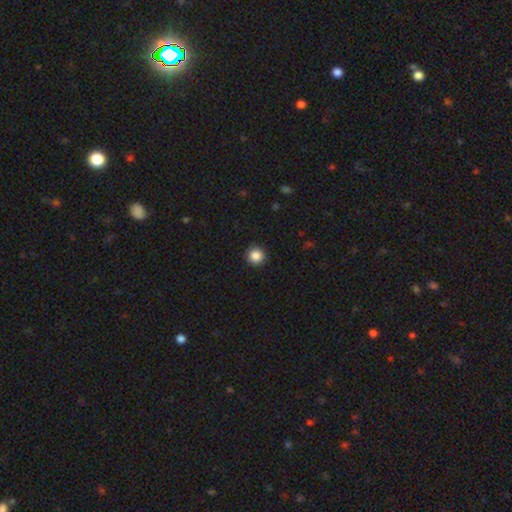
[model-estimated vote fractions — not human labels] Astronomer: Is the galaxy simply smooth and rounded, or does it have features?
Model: smooth — 87%.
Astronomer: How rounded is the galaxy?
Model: round — 95%.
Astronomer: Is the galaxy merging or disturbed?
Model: none — 93%.